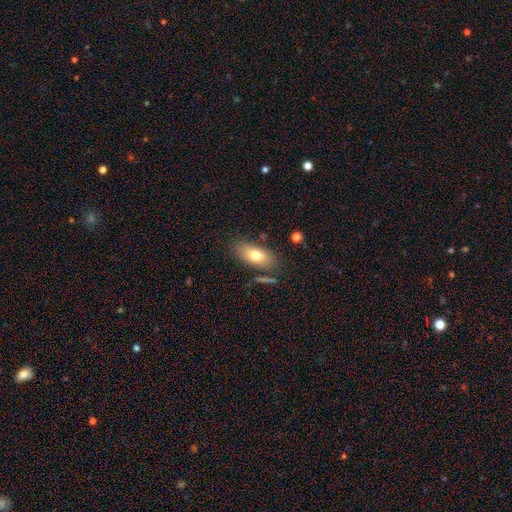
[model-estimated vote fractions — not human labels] The model was most divided on "smooth or featured": smooth: 72%, featured or disk: 21%, star or artifact: 8%. More confident: how rounded — in between (86%); merging — none (76%).